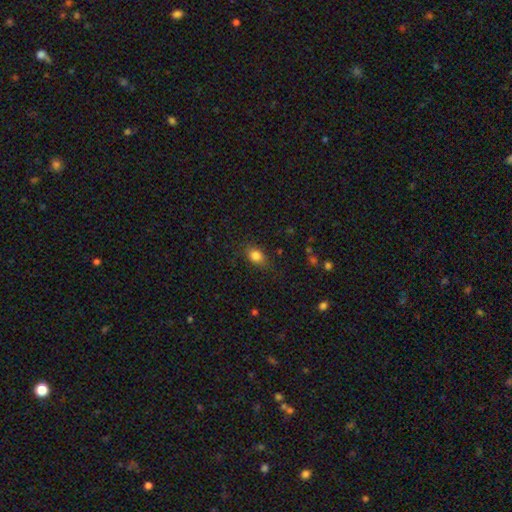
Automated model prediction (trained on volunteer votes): Smooth or featured? Predicted: smooth (p=0.83). How rounded? Predicted: in between (p=0.70). Merging? Predicted: none (p=0.80).